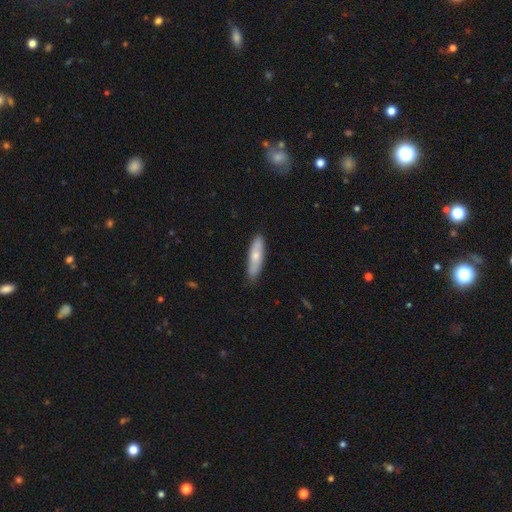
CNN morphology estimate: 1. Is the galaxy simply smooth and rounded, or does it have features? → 65% smooth, 29% featured or disk, 5% star or artifact.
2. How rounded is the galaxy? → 65% cigar-shaped, 33% in between, 2% round.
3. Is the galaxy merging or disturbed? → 84% none, 12% minor disturbance, 2% major disturbance, 1% merger.